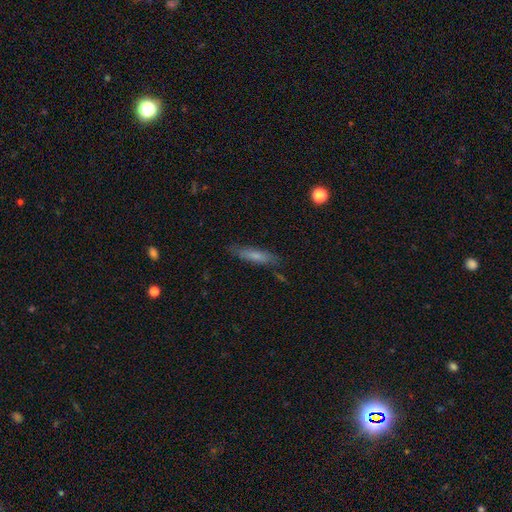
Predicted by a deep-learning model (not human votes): A smooth galaxy with no disk features (65%) that is cigar-shaped (83%).

Vote fractions:
- Smooth or featured? smooth: 65% / featured or disk: 28% / star or artifact: 8%
- How rounded? cigar-shaped: 83% / in between: 16% / round: 2%
- Merging? none: 79% / minor disturbance: 15% / major disturbance: 4% / merger: 3%